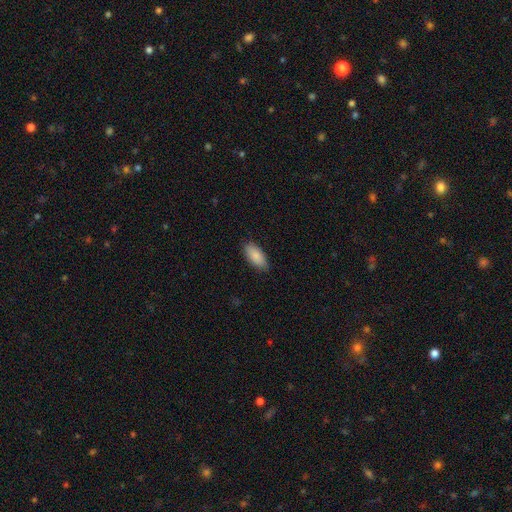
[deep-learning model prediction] Smooth or featured?
  - smooth: 87% *
  - featured or disk: 7%
  - star or artifact: 6%
How rounded?
  - in between: 91% *
  - cigar-shaped: 7%
  - round: 2%
Merging?
  - none: 84% *
  - minor disturbance: 13%
  - major disturbance: 2%
  - merger: 1%